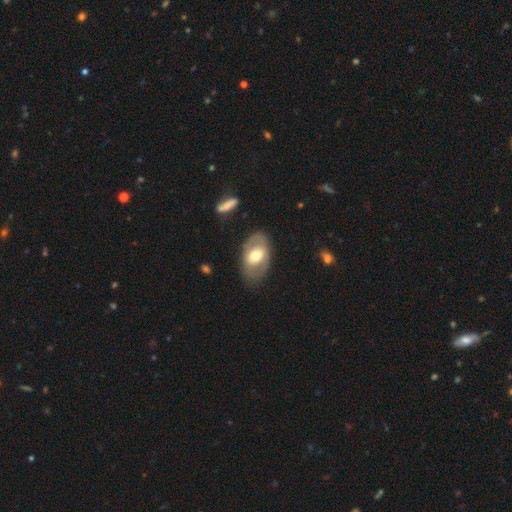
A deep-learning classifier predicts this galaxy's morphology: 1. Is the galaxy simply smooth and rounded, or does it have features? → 50% smooth, 44% featured or disk, 6% star or artifact.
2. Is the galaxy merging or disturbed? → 72% none, 18% minor disturbance, 8% major disturbance, 2% merger.